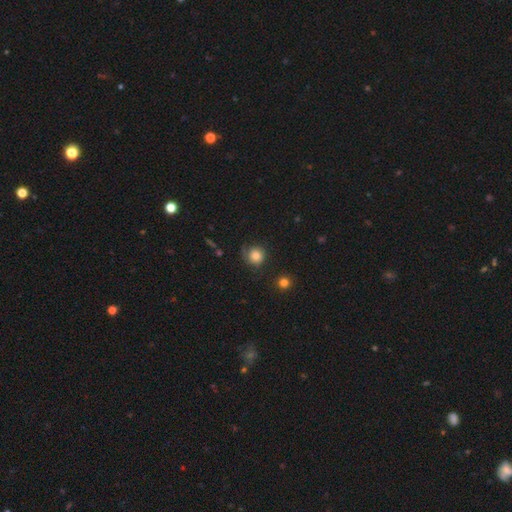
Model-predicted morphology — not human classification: smooth_or_featured: smooth (p=0.73) [alt: featured or disk p=0.17]
how_rounded: round (p=0.89) [alt: in between p=0.10]
merging: none (p=0.62) [alt: minor disturbance p=0.22]